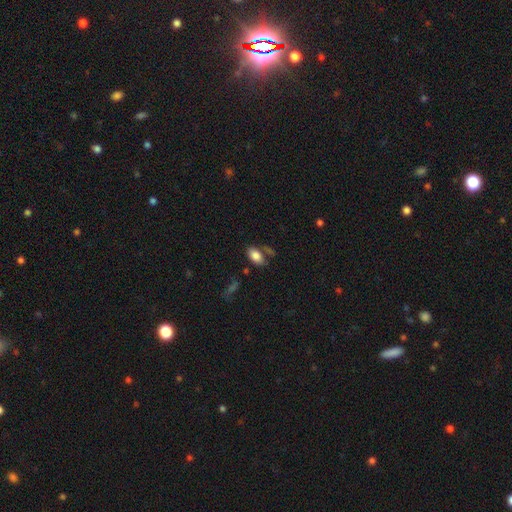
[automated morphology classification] A smooth galaxy with no disk features (83%) that is in between round and cigar-shaped (93%).

Vote fractions:
- Smooth or featured? smooth: 83% / featured or disk: 9% / star or artifact: 8%
- How rounded? in between: 93% / round: 5% / cigar-shaped: 2%
- Merging? none: 67% / minor disturbance: 16% / merger: 12% / major disturbance: 6%